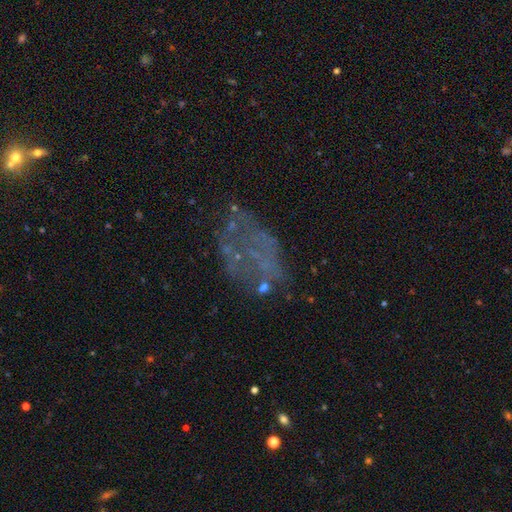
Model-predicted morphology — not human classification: Smooth or featured: featured or disk — 43% (star or artifact — 32%)
Merging: none — 54% (major disturbance — 24%)